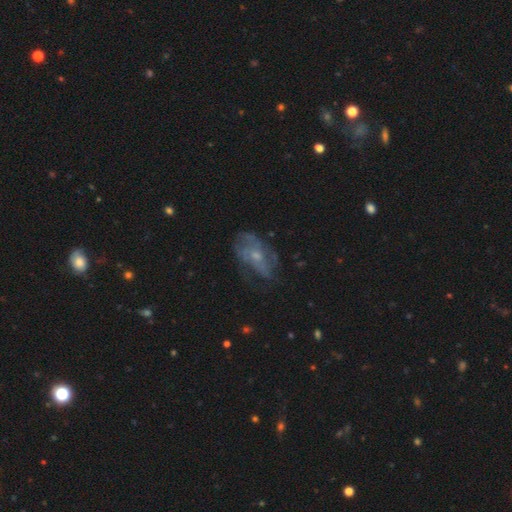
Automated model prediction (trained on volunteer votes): Smooth or featured: featured or disk — 70% (smooth — 21%)
Edge-on disk: no — 95% (yes — 5%)
Bar: no — 71% (weak — 25%)
Spiral arms: yes — 71% (no — 29%)
Bulge size: small — 56% (moderate — 36%)
Merging: none — 57% (minor disturbance — 23%)